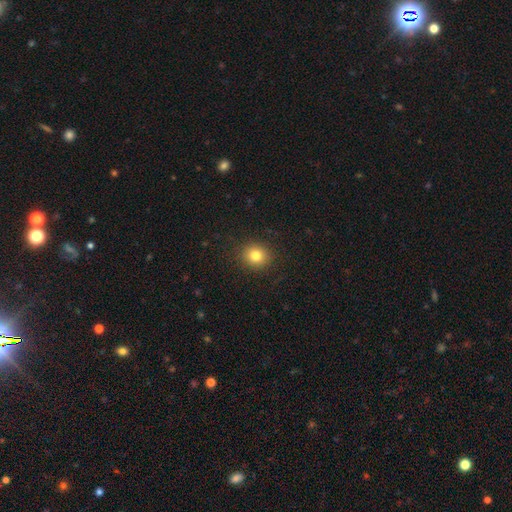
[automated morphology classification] Overall: smooth (81%). How rounded: round (83%). Merging: none (91%).